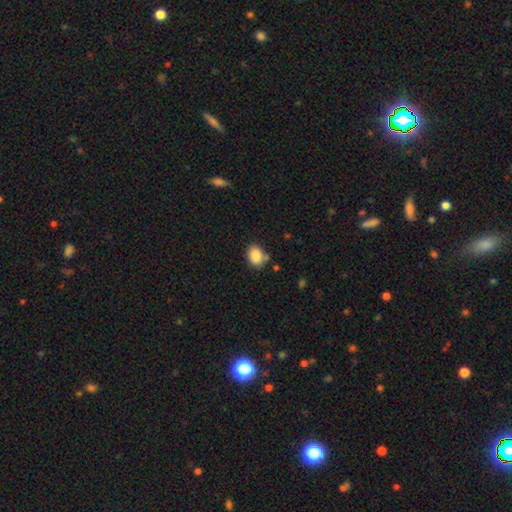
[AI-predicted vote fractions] Morphology: type=smooth (86%); roundness=in between (68%); merging=none (70%).